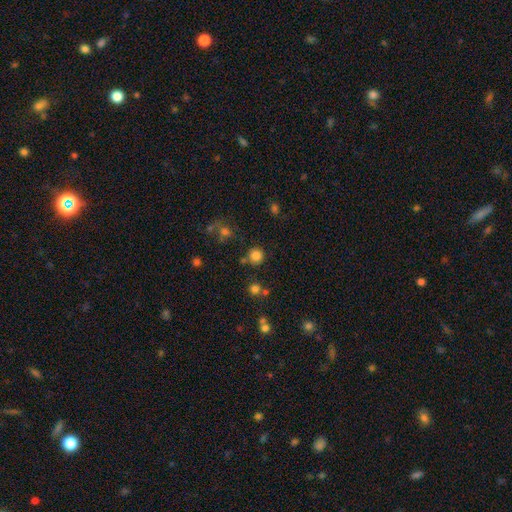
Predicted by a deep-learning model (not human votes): Smooth or featured? Predicted: smooth (p=0.81). How rounded? Predicted: round (p=0.92). Merging? Predicted: none (p=0.80).